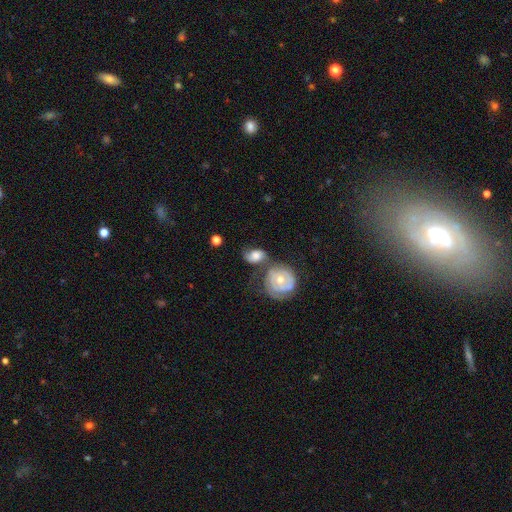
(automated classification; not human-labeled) smooth_or_featured: featured or disk (p=0.52) [alt: smooth p=0.41]
disk_edge_on: no (p=0.96) [alt: yes p=0.04]
bar: no (p=0.67) [alt: weak p=0.25]
has_spiral_arms: yes (p=0.80) [alt: no p=0.20]
bulge_size: moderate (p=0.58) [alt: small p=0.21]
merging: merger (p=0.37) [alt: none p=0.32]